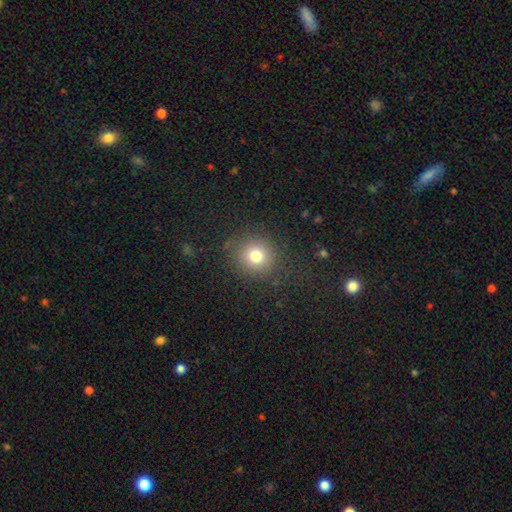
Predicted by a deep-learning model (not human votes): A smooth galaxy with no disk features (76%) that is round (89%).

Vote fractions:
- Smooth or featured? smooth: 76% / star or artifact: 15% / featured or disk: 9%
- How rounded? round: 89% / in between: 10% / cigar-shaped: 1%
- Merging? none: 86% / minor disturbance: 8% / major disturbance: 5% / merger: 1%